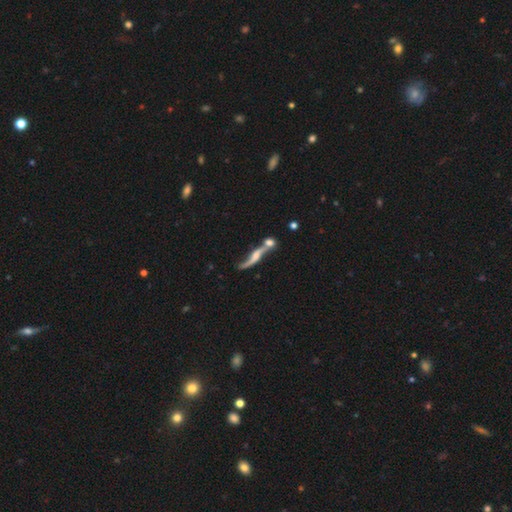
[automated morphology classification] Smooth or featured? featured or disk (71%)
Edge-on disk? no (52%)
Merging? merger (43%)